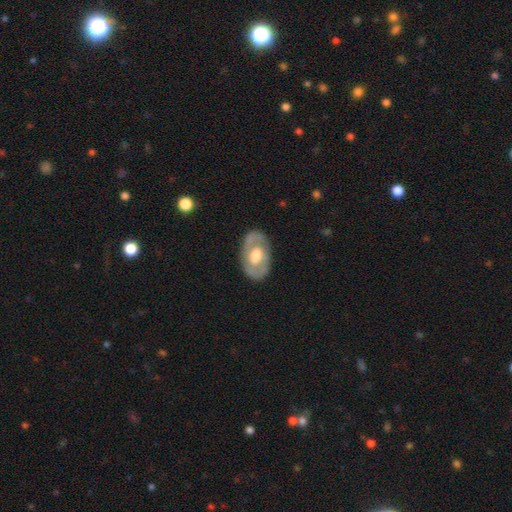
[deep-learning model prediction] Smooth or featured: featured or disk — 69% (smooth — 26%)
Edge-on disk: no — 93% (yes — 7%)
Bar: no — 61% (weak — 30%)
Spiral arms: yes — 53% (no — 47%)
Bulge size: moderate — 55% (large — 34%)
Merging: none — 82% (minor disturbance — 13%)